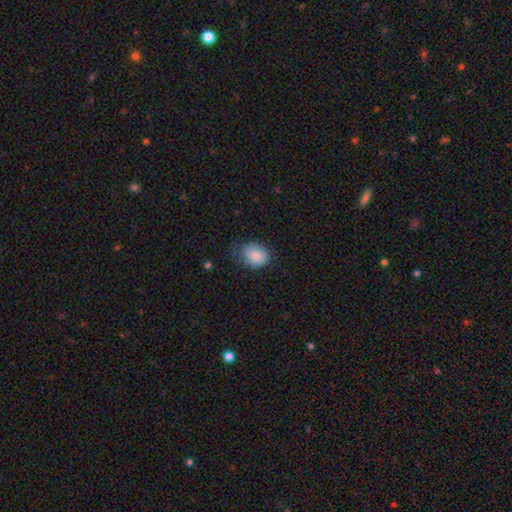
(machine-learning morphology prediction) This is clearly a smooth galaxy (84%). How rounded: possibly in between (57%). Merging: possibly none (55%).